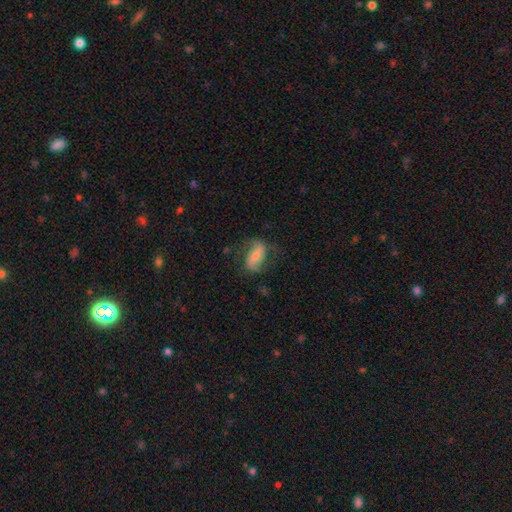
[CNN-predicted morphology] The model was most divided on "smooth or featured": featured or disk: 53%, smooth: 40%, star or artifact: 7%. More confident: edge-on disk — no (92%); merging — none (62%).